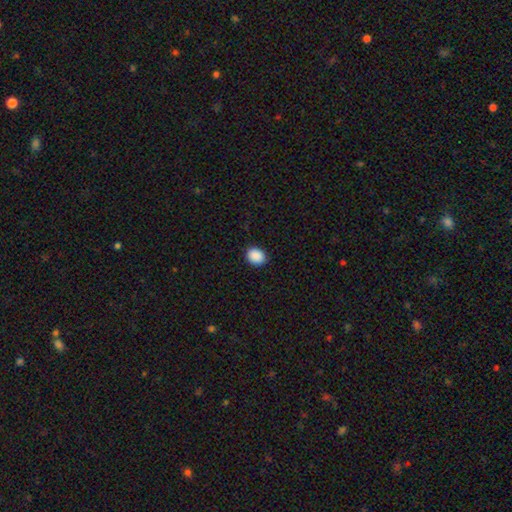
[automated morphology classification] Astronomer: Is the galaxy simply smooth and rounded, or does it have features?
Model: smooth — 90%.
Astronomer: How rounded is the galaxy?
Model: round — 51% (runner-up: in between, 48%).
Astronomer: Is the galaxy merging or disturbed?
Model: none — 90%.